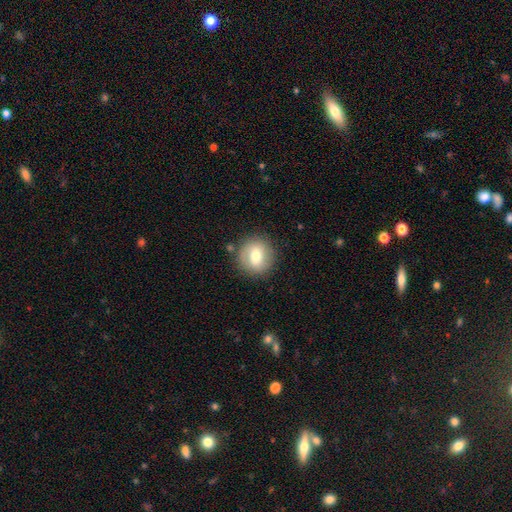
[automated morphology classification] This appears to be a smooth galaxy with no disk features (63%) that is round (88%). Merging: none (84%).